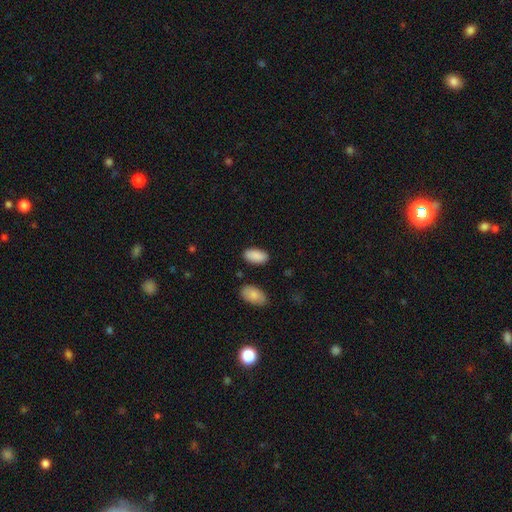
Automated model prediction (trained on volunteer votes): Morphology: type=smooth (90%); roundness=in between (95%); merging=none (85%).